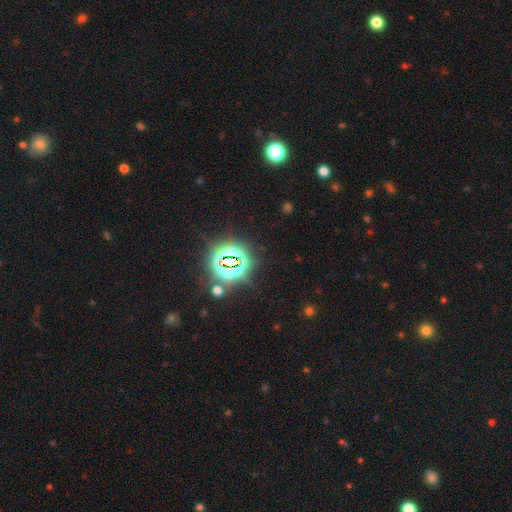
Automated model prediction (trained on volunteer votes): star or artifact 84%, smooth 10%, featured or disk 6%.